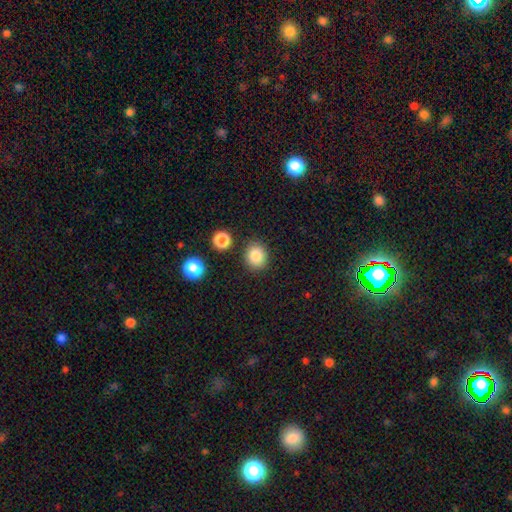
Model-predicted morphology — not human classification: This is clearly a smooth galaxy (84%). How rounded: likely round (72%). Merging: clearly none (85%).